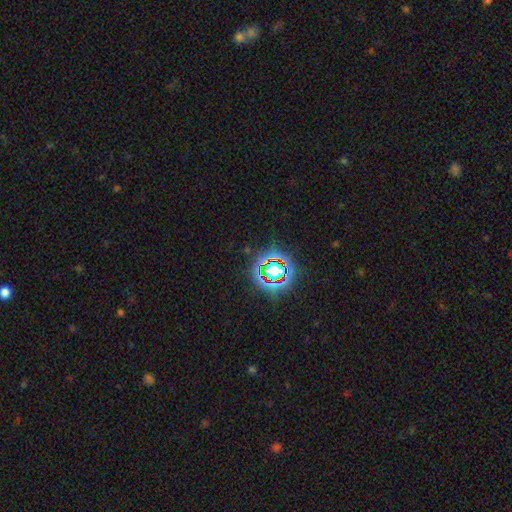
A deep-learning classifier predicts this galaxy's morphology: Overall: star or artifact (77%).